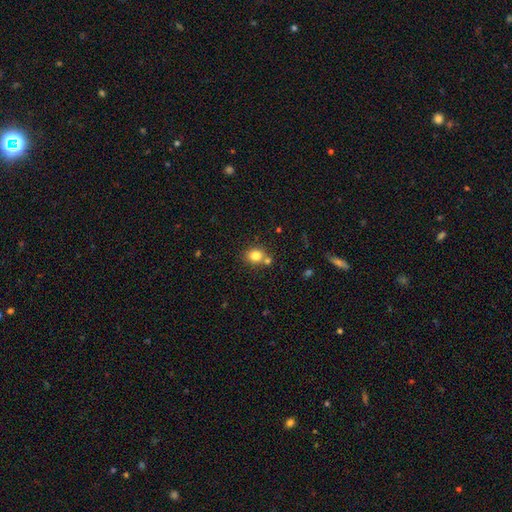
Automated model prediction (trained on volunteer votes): Morphology: type=smooth (80%); roundness=round (70%); merging=none (66%).